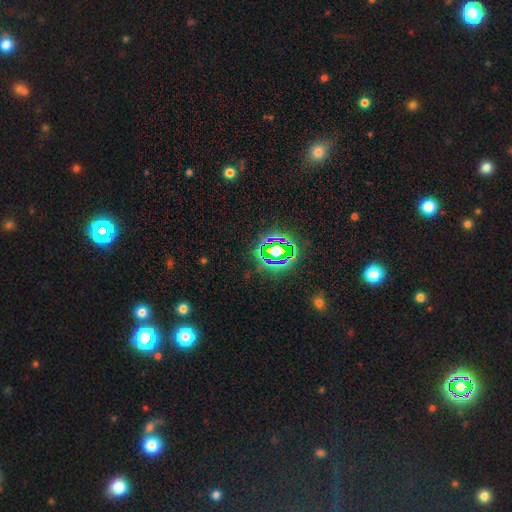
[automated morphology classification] type=star or artifact (64%).